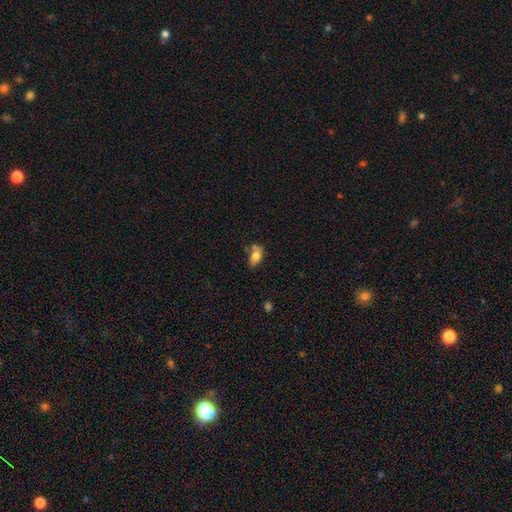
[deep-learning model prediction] A smooth galaxy with no disk features (74%) that is in between round and cigar-shaped (86%).

Vote fractions:
- Smooth or featured? smooth: 74% / featured or disk: 18% / star or artifact: 9%
- How rounded? in between: 86% / round: 9% / cigar-shaped: 5%
- Merging? none: 43% / minor disturbance: 30% / merger: 16% / major disturbance: 12%